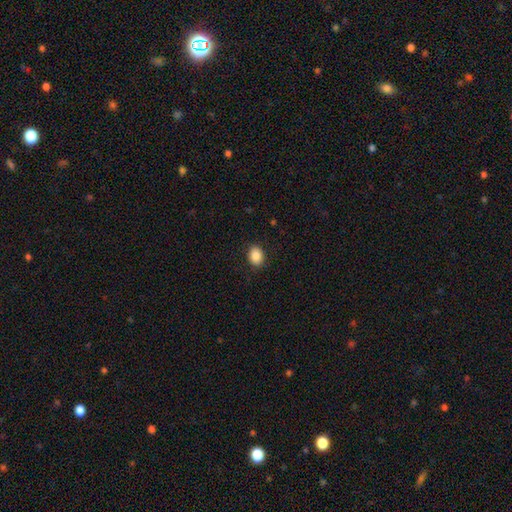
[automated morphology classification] Smooth or featured: smooth — 87% (star or artifact — 9%)
How rounded: in between — 62% (round — 37%)
Merging: none — 89% (minor disturbance — 8%)